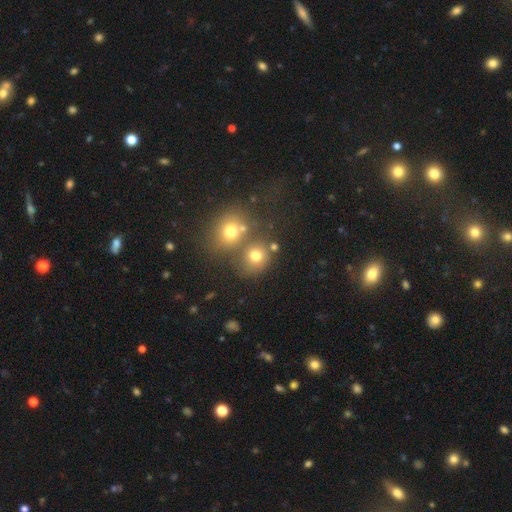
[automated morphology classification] Smooth or featured? smooth (73%)
How rounded? round (77%)
Merging? none (49%)